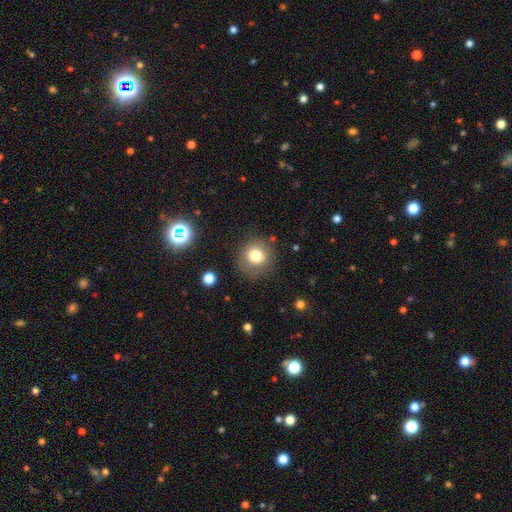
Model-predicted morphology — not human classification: Smooth or featured?
  - smooth: 77% *
  - star or artifact: 13%
  - featured or disk: 10%
How rounded?
  - round: 87% *
  - in between: 12%
  - cigar-shaped: 1%
Merging?
  - none: 79% *
  - minor disturbance: 13%
  - major disturbance: 6%
  - merger: 2%